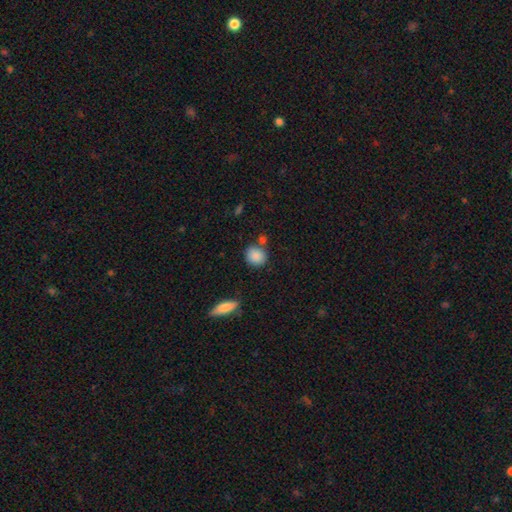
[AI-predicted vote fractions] This appears to be a smooth galaxy with no disk features (87%) that is round (72%). Merging: none (70%).